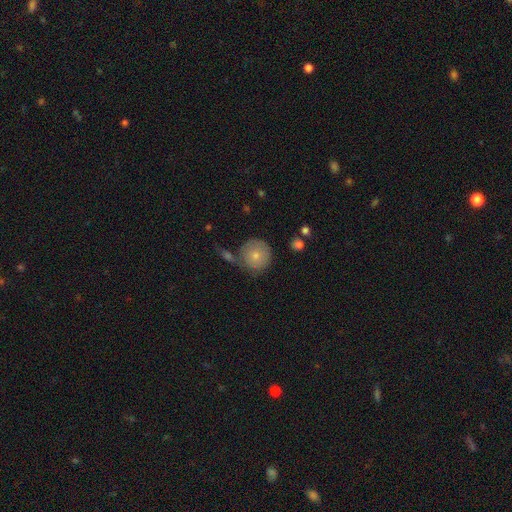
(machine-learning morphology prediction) Q: Smooth or featured?
A: smooth (74%); runner-up: featured or disk (19%)
Q: How rounded?
A: round (94%); runner-up: in between (5%)
Q: Merging?
A: none (64%); runner-up: minor disturbance (16%)